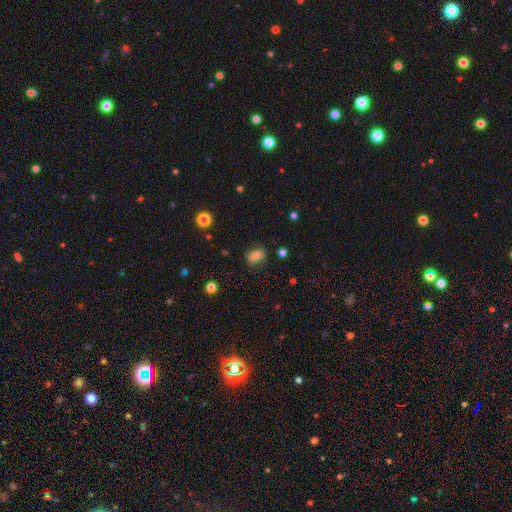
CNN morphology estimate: smooth-or-featured: smooth: 76% | star or artifact: 13% | featured or disk: 11%
  how-rounded: in between: 67% | round: 31% | cigar-shaped: 2%
  merging: none: 80% | minor disturbance: 15% | major disturbance: 3% | merger: 2%